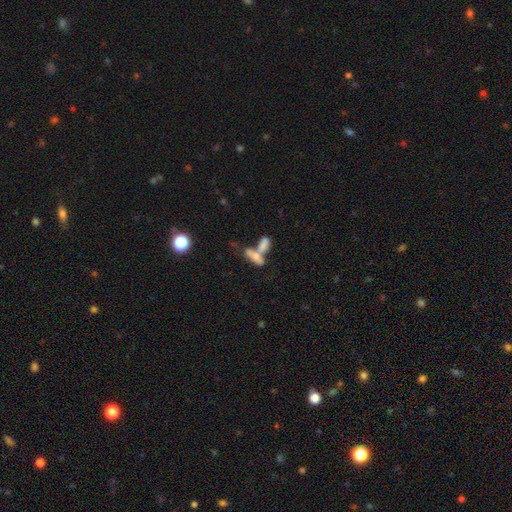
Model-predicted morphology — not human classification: type=smooth (57%); roundness=in between (60%); merging=merger (63%).